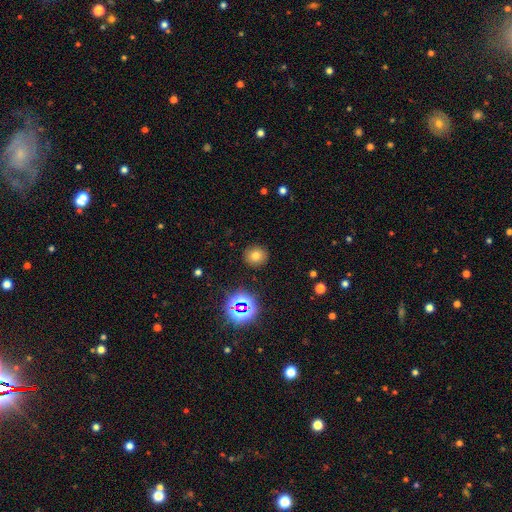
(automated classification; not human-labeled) Smooth or featured? smooth (70%)
How rounded? round (86%)
Merging? none (89%)